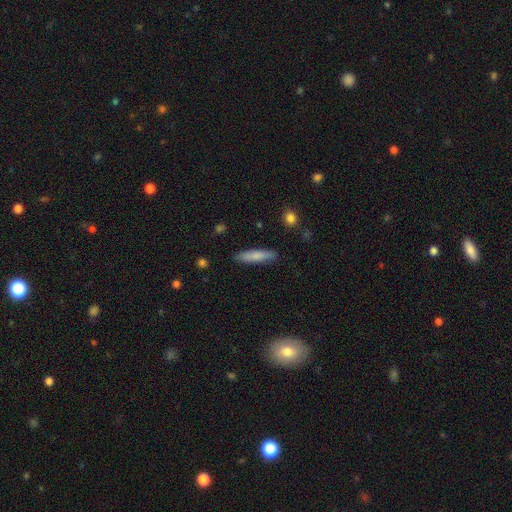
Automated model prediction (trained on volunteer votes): Morphology: type=smooth (79%); roundness=cigar-shaped (83%); merging=none (88%).